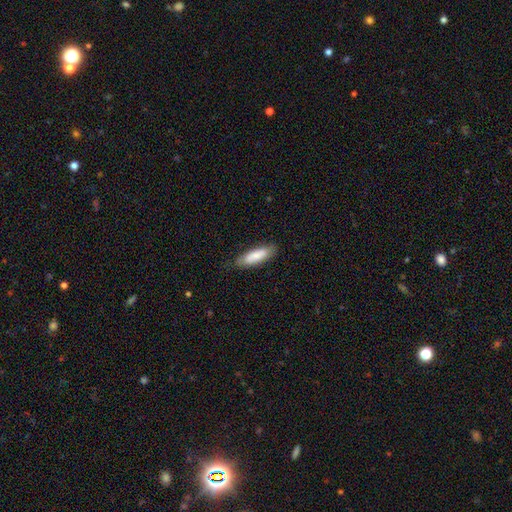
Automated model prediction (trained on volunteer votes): Q: Smooth or featured?
A: smooth (79%); runner-up: featured or disk (16%)
Q: How rounded?
A: in between (49%); tied with: cigar-shaped (49%)
Q: Merging?
A: none (78%); runner-up: minor disturbance (17%)